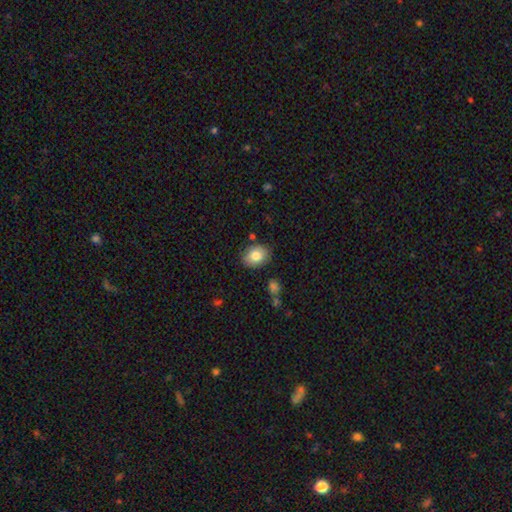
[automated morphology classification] smooth-or-featured: smooth: 81% | featured or disk: 11% | star or artifact: 8%
  how-rounded: in between: 55% | round: 44% | cigar-shaped: 1%
  merging: none: 84% | minor disturbance: 11% | major disturbance: 2% | merger: 2%